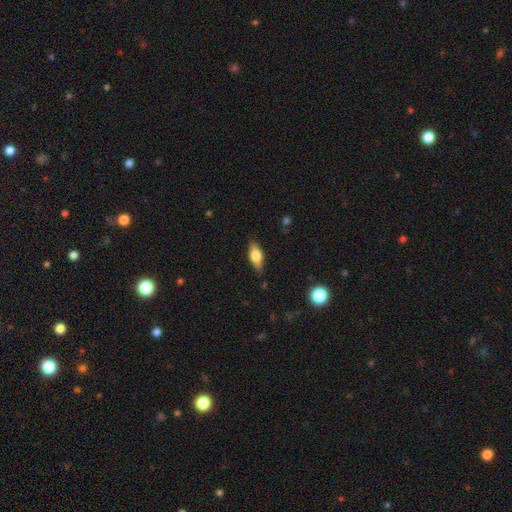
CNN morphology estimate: Overall: smooth (61%; featured or disk 32%). How rounded: in between (75%). Merging: none (83%).